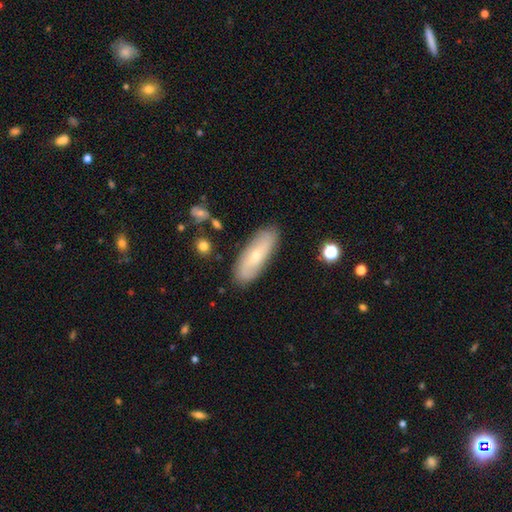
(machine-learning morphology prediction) type=smooth (50%); roundness=in between (61%); merging=none (85%).